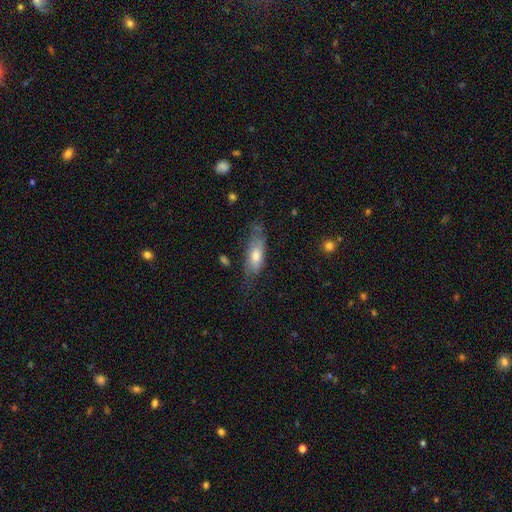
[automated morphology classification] Smooth or featured: smooth — 55% (featured or disk — 37%)
How rounded: in between — 67% (cigar-shaped — 31%)
Merging: none — 54% (minor disturbance — 29%)